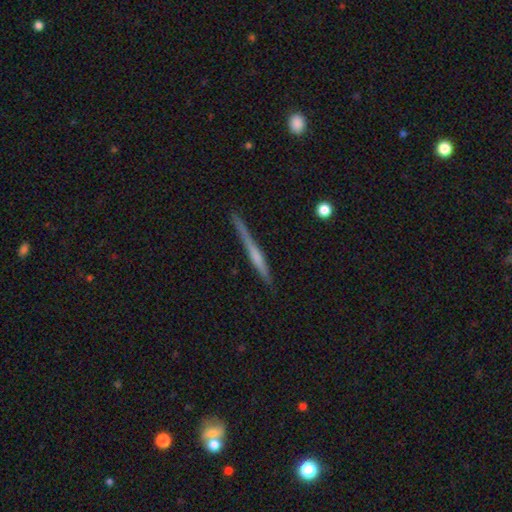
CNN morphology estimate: Smooth or featured?
  - featured or disk: 56% *
  - smooth: 38%
  - star or artifact: 6%
Edge-on disk?
  - yes: 97% *
  - no: 3%
Edge-on bulge?
  - none: 59% *
  - rounded: 28%
  - boxy: 13%
Merging?
  - none: 83% *
  - minor disturbance: 13%
  - major disturbance: 2%
  - merger: 2%